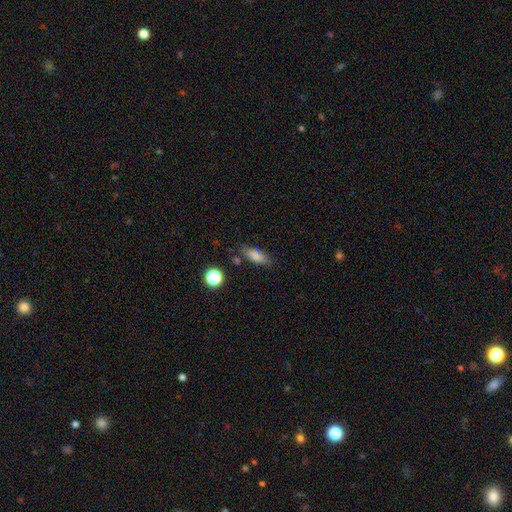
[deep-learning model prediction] A smooth galaxy with no disk features (79%) that is in between round and cigar-shaped (73%). Merging: none (71%).